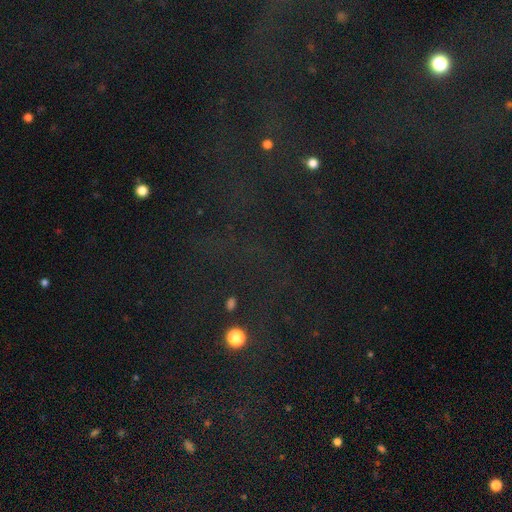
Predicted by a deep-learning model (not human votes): star or artifact 77%, smooth 14%, featured or disk 9%.